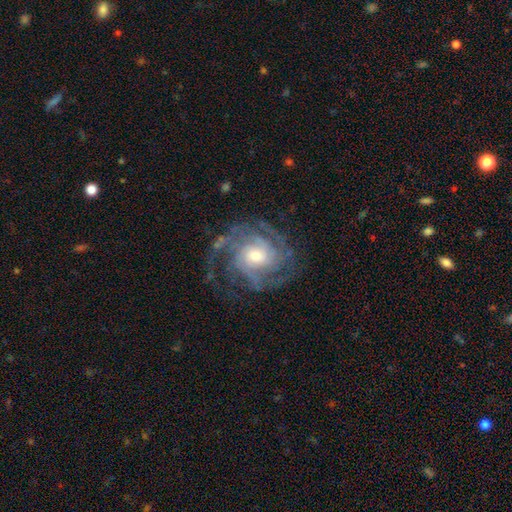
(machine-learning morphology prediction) smooth-or-featured: featured or disk: 89% | smooth: 6% | star or artifact: 5%
  disk-edge-on: no: 98% | yes: 2%
    bar: no: 67% | weak: 27% | strong: 7%
    has-spiral-arms: yes: 97% | no: 3%
      spiral-winding: tight: 56% | medium: 36% | loose: 8%
      spiral-arm-count: 3: 25% | can't tell: 23% | 4: 19% | 2: 18% | more than 4: 8% | 1: 7%
    bulge-size: moderate: 50% | small: 40% | large: 8% | none: 1% | dominant: 1%
  merging: none: 70% | minor disturbance: 16% | major disturbance: 12% | merger: 1%